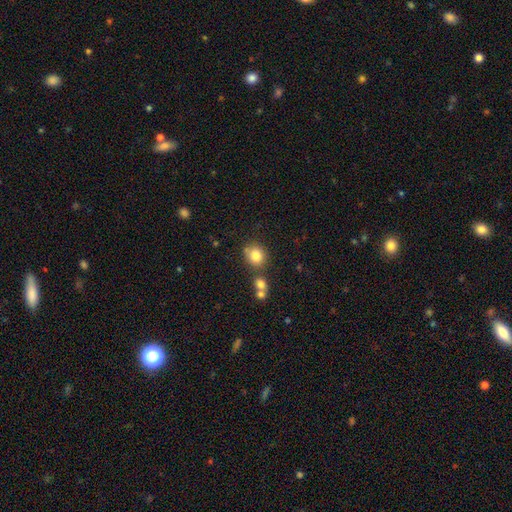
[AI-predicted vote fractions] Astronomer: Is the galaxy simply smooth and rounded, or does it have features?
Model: smooth — 82%.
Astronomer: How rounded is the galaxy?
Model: round — 72%.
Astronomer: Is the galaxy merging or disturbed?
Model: none — 63%.